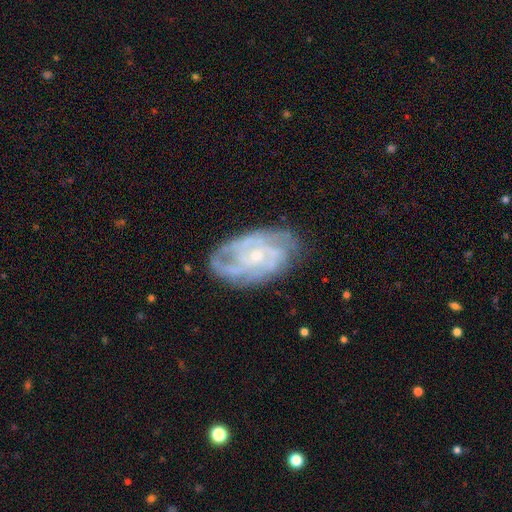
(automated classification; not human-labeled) featured or disk 84%, smooth 10%, star or artifact 6%. Down the decision tree: edge-on disk — no (96%); bar — no (70%); spiral arms — yes (94%); spiral arm count — can't tell (31%); spiral winding — tight (56%); bulge size — small (70%); merging — none (73%).